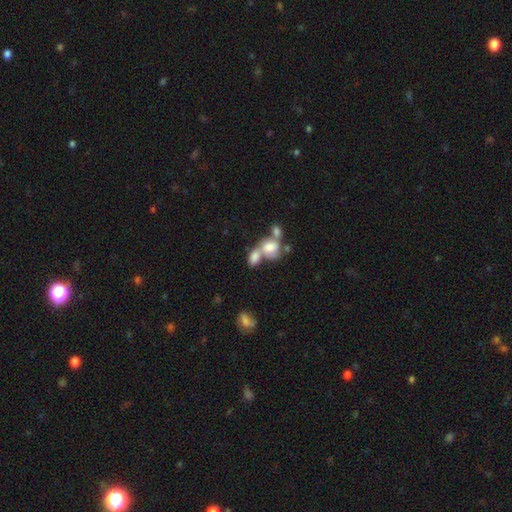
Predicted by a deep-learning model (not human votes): Smooth or featured? Predicted: smooth (p=0.69). How rounded? Predicted: in between (p=0.65). Merging? Predicted: merger (p=0.66).